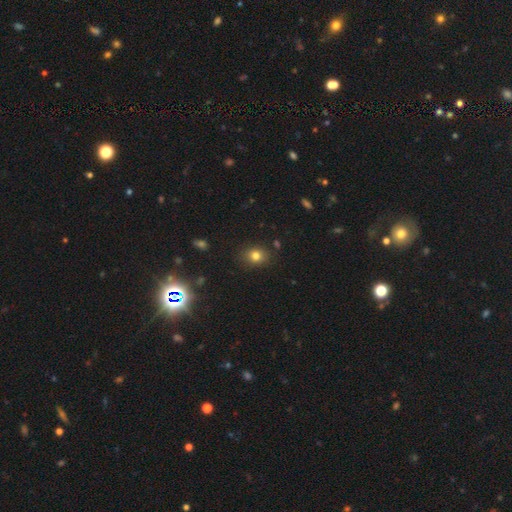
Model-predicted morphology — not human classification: Smooth or featured? smooth (77%)
How rounded? round (60%)
Merging? none (84%)